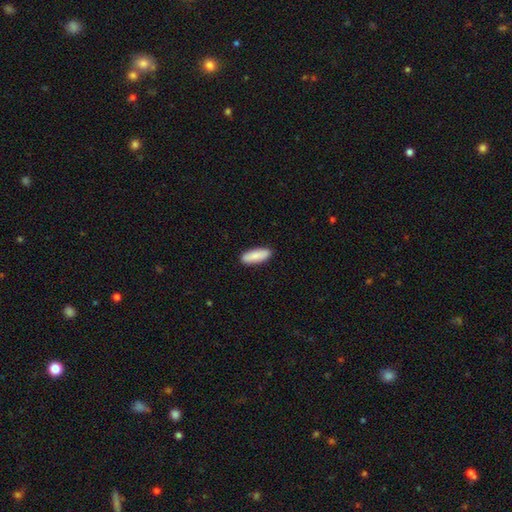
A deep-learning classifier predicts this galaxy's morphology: Smooth or featured? Predicted: smooth (p=0.86). How rounded? Predicted: in between (p=0.60). Merging? Predicted: none (p=0.90).